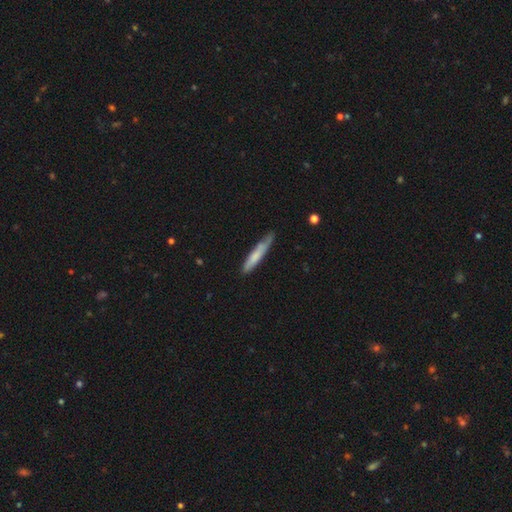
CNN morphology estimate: Smooth or featured? Predicted: smooth (p=0.68). How rounded? Predicted: cigar-shaped (p=0.92). Merging? Predicted: none (p=0.66).